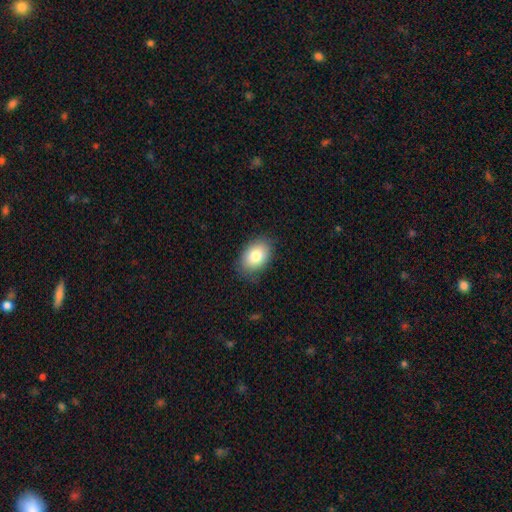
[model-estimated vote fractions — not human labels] The model was most divided on "how rounded": in between: 83%, round: 16%, cigar-shaped: 1%. More confident: merging — none (83%); smooth or featured — smooth (82%).